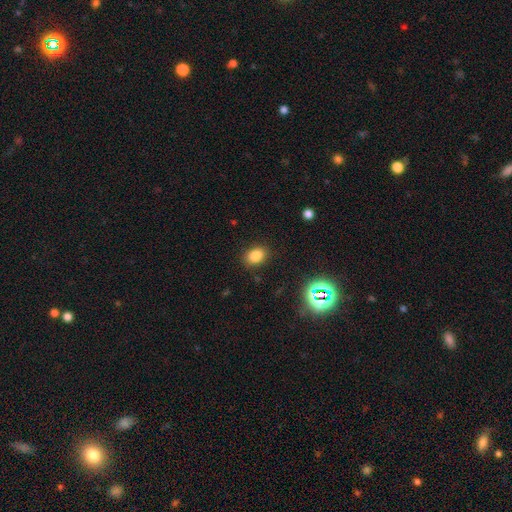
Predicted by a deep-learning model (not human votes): Smooth or featured?
  - smooth: 80% *
  - star or artifact: 14%
  - featured or disk: 6%
How rounded?
  - in between: 67% *
  - round: 32%
  - cigar-shaped: 1%
Merging?
  - none: 87% *
  - minor disturbance: 9%
  - major disturbance: 3%
  - merger: 1%